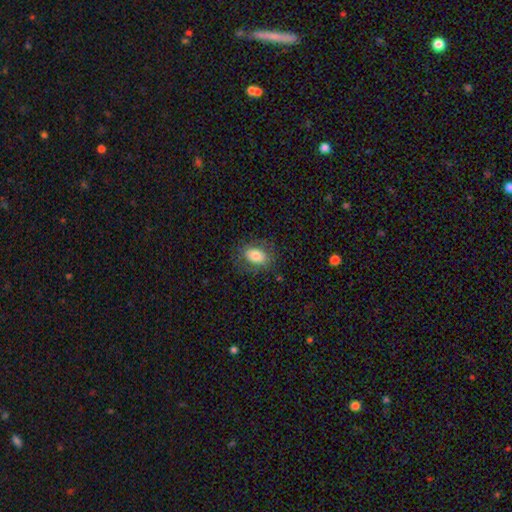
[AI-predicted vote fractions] Smooth or featured: smooth — 77% (featured or disk — 15%)
How rounded: in between — 84% (round — 15%)
Merging: none — 76% (minor disturbance — 15%)